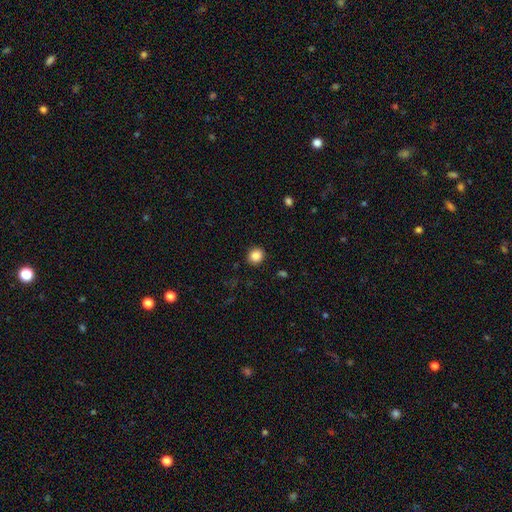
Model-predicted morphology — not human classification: A smooth galaxy with no disk features (86%) that is round (85%). Merging: none (92%).